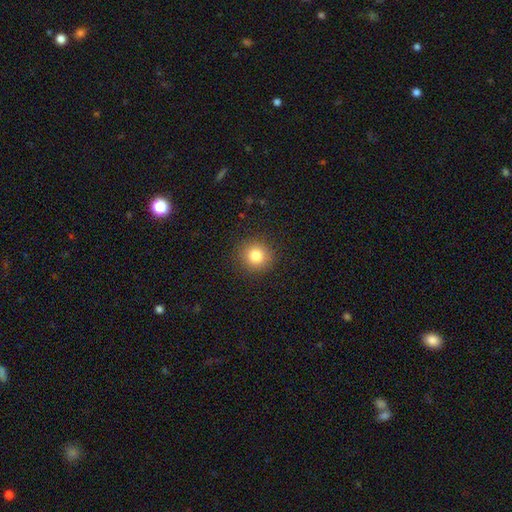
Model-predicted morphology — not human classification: smooth-or-featured: smooth: 82% | star or artifact: 11% | featured or disk: 7%
  how-rounded: round: 91% | in between: 8% | cigar-shaped: 1%
  merging: none: 90% | minor disturbance: 6% | major disturbance: 2% | merger: 1%